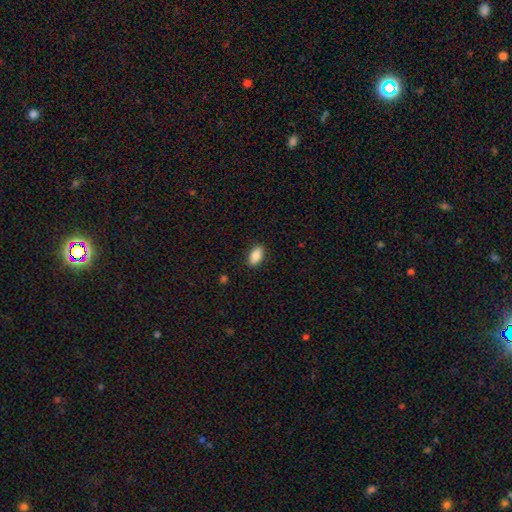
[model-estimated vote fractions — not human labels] This is clearly a smooth galaxy (85%). How rounded: clearly in between (90%). Merging: clearly none (88%).